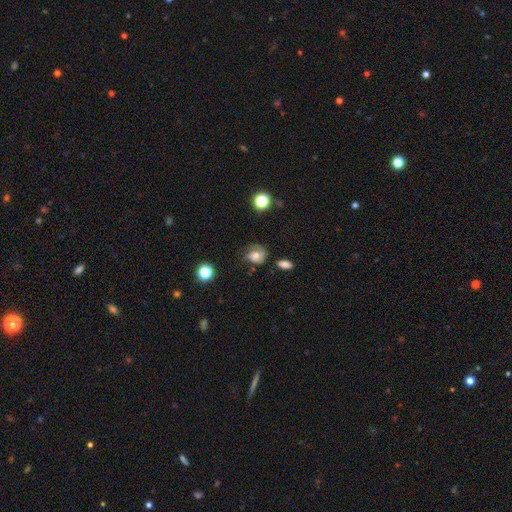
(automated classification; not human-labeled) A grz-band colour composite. It shows a smooth galaxy with no disk features (52%) that is round (54%). Merging: none (42%).